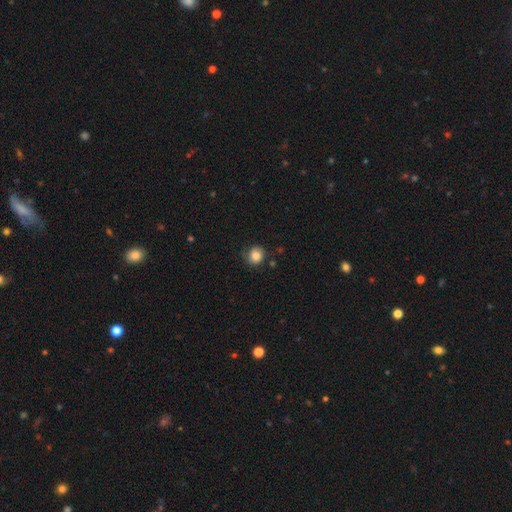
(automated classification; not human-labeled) A smooth galaxy with no disk features (81%) that is round (83%).

Vote fractions:
- Smooth or featured? smooth: 81% / featured or disk: 10% / star or artifact: 9%
- How rounded? round: 83% / in between: 16% / cigar-shaped: 1%
- Merging? none: 69% / minor disturbance: 22% / major disturbance: 7% / merger: 2%